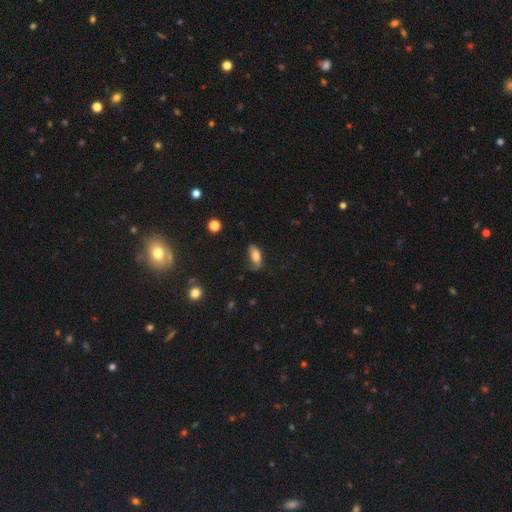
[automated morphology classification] Q: Smooth or featured?
A: smooth (74%); runner-up: featured or disk (18%)
Q: How rounded?
A: in between (84%); runner-up: cigar-shaped (12%)
Q: Merging?
A: none (47%); runner-up: minor disturbance (34%)